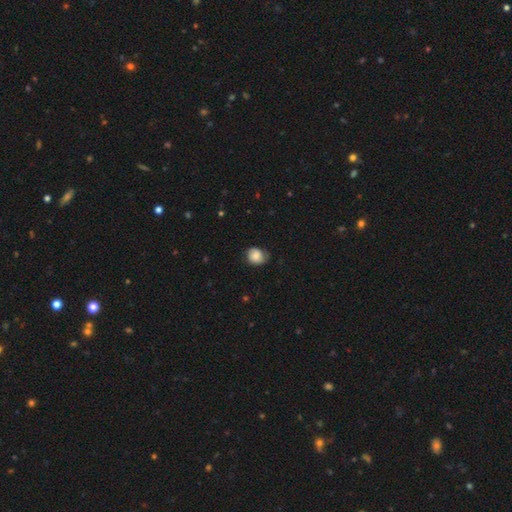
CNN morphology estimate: smooth 69%, featured or disk 23%, star or artifact 8%. Down the decision tree: how rounded — round (64%); merging — none (61%).